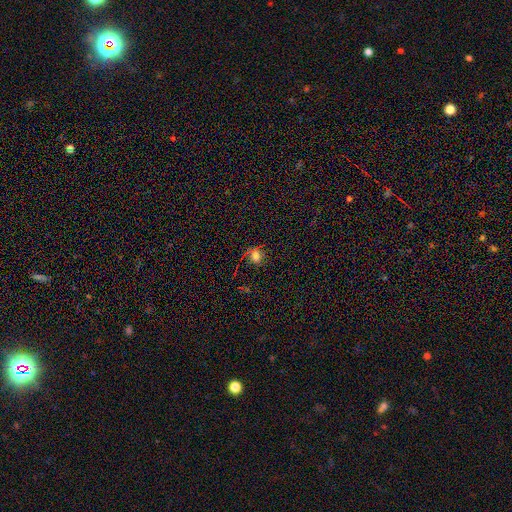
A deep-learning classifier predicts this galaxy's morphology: Smooth or featured? smooth (67%)
How rounded? round (64%)
Merging? none (65%)